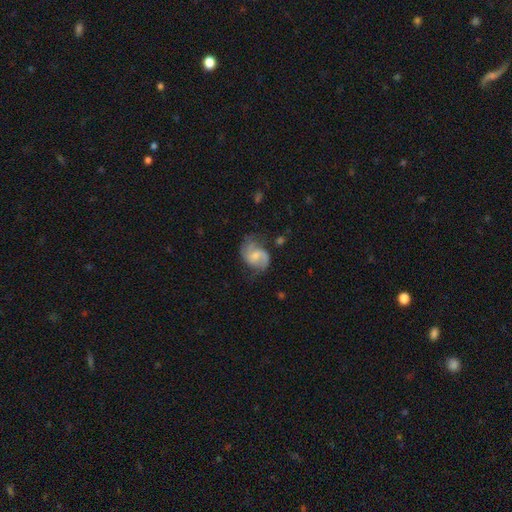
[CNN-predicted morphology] Smooth or featured? featured or disk (72%)
Edge-on disk? no (98%)
Bar? weak (47%)
Spiral arms? yes (91%)
Spiral winding? medium (45%)
Spiral arm count? 2 (83%)
Bulge size? small (46%)
Merging? none (54%)